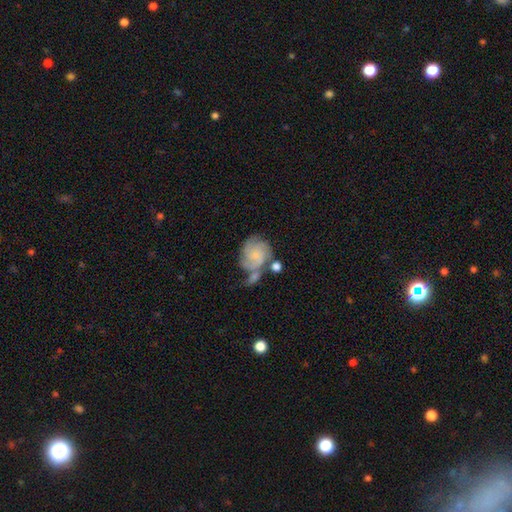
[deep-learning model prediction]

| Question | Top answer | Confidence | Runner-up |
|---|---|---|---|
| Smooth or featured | featured or disk | 72% | smooth (21%) |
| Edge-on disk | no | 98% | yes (2%) |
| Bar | no | 70% | weak (26%) |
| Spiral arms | yes | 94% | no (6%) |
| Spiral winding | tight | 53% | medium (36%) |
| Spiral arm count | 3 | 37% | can't tell (22%) |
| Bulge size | small | 53% | none (28%) |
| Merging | none | 42% | merger (22%) |